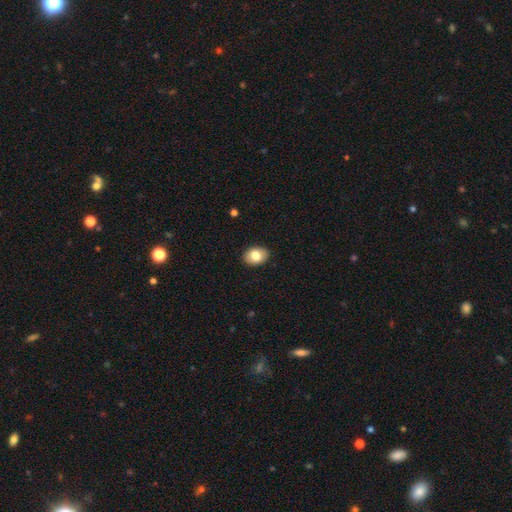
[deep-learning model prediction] Overall: smooth (81%). How rounded: in between (70%). Merging: none (90%).